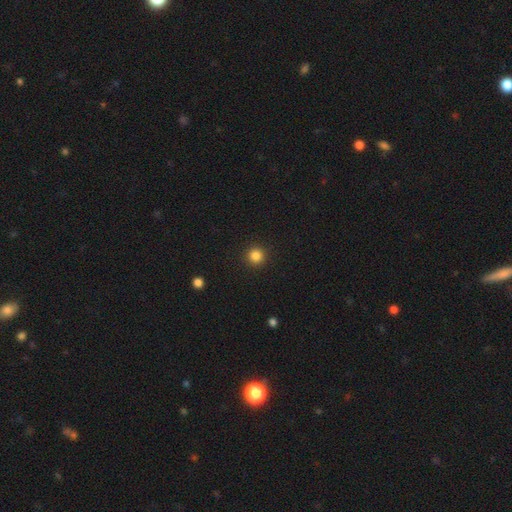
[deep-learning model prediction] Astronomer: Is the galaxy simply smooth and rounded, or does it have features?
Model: smooth — 84%.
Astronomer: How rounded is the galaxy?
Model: round — 96%.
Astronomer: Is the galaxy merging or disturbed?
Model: none — 93%.